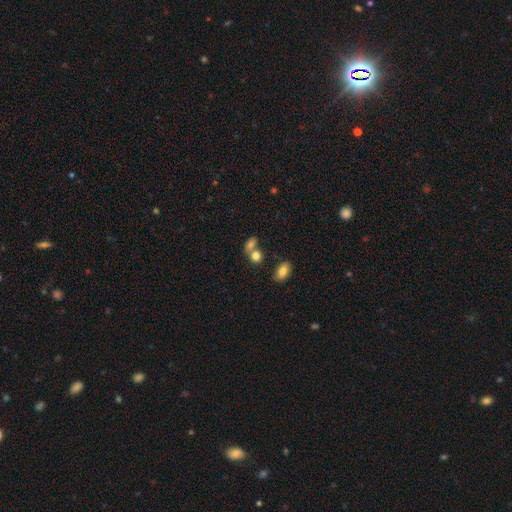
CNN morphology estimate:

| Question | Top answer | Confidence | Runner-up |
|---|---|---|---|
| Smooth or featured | smooth | 80% | star or artifact (11%) |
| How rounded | round | 56% | in between (41%) |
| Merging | none | 45% | merger (40%) |